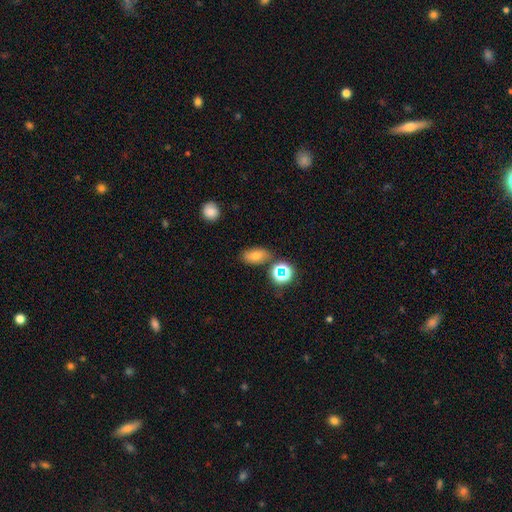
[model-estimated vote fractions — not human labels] smooth-or-featured: smooth: 64% | star or artifact: 21% | featured or disk: 15%
  how-rounded: in between: 82% | round: 15% | cigar-shaped: 3%
  merging: none: 77% | minor disturbance: 12% | merger: 8% | major disturbance: 3%